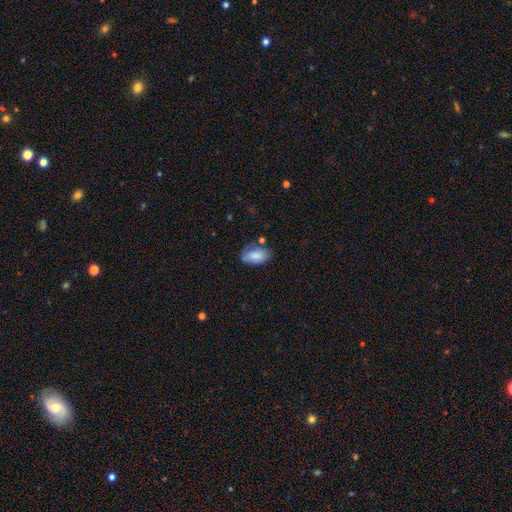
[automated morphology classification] smooth_or_featured: smooth (p=0.80) [alt: featured or disk p=0.13]
how_rounded: in between (p=0.93) [alt: round p=0.05]
merging: none (p=0.63) [alt: minor disturbance p=0.25]